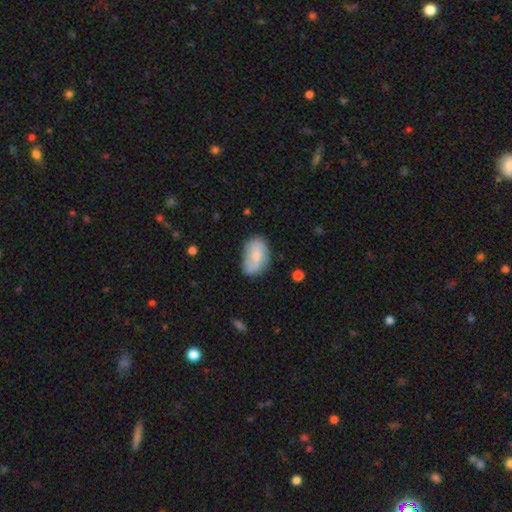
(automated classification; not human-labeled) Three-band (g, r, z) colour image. It shows a smooth galaxy with no disk features (61%) that is in between round and cigar-shaped (90%). Merging: none (65%).